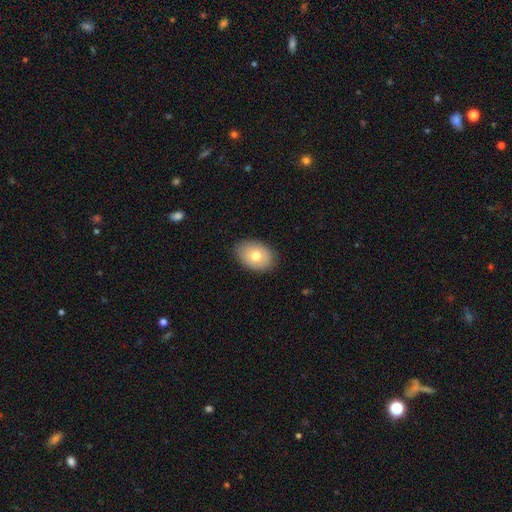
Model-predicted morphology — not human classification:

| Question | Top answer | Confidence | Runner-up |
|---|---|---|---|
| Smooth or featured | smooth | 73% | featured or disk (19%) |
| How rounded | in between | 79% | round (20%) |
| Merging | none | 85% | minor disturbance (12%) |